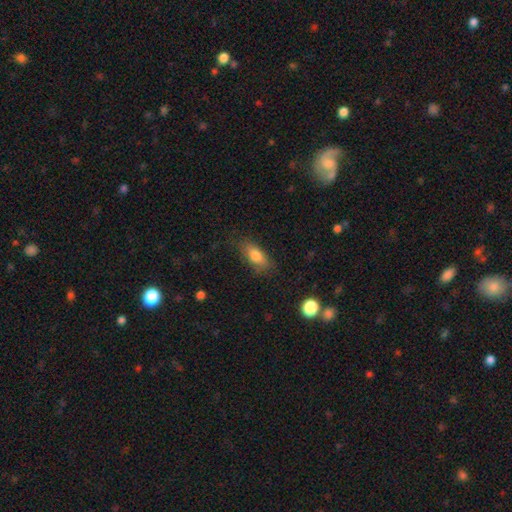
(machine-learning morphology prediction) smooth 77%, featured or disk 15%, star or artifact 8%. Down the decision tree: how rounded — in between (77%); merging — none (77%).